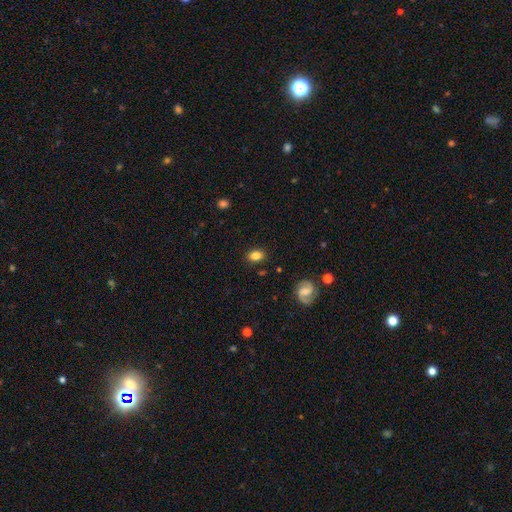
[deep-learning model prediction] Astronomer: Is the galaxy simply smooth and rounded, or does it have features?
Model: smooth — 81%.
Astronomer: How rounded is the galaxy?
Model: in between — 75%.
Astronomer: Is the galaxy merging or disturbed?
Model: none — 85%.